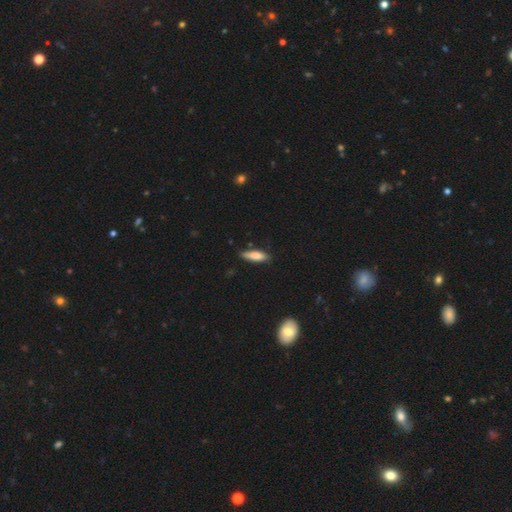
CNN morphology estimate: type=smooth (80%); roundness=cigar-shaped (53%); merging=none (77%).